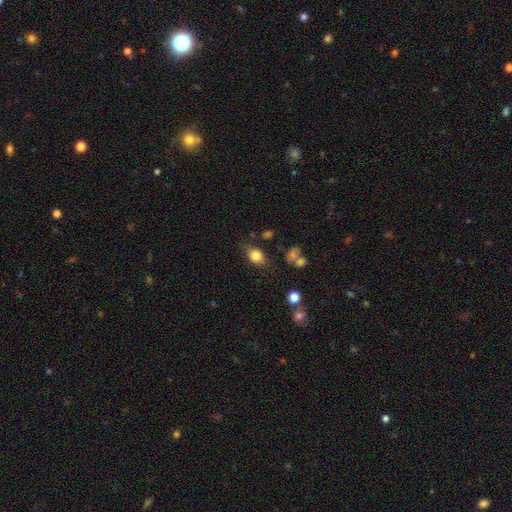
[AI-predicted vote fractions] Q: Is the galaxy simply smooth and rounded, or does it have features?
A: smooth — 81%.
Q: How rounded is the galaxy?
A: in between — 69%.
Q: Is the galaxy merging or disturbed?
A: none — 72%.